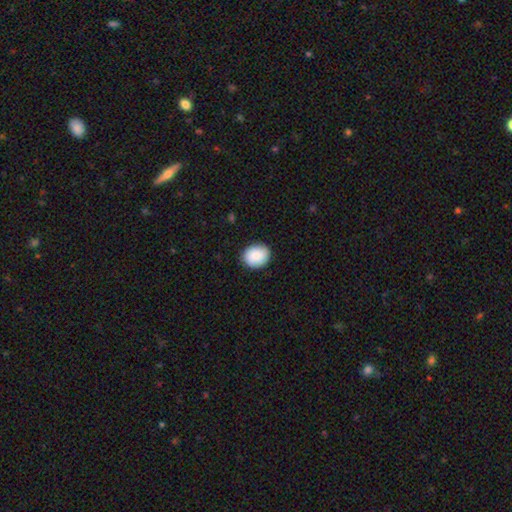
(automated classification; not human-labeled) Smooth or featured?
  - smooth: 90% *
  - star or artifact: 6%
  - featured or disk: 4%
How rounded?
  - round: 57% *
  - in between: 42%
  - cigar-shaped: 1%
Merging?
  - none: 88% *
  - minor disturbance: 9%
  - major disturbance: 2%
  - merger: 1%